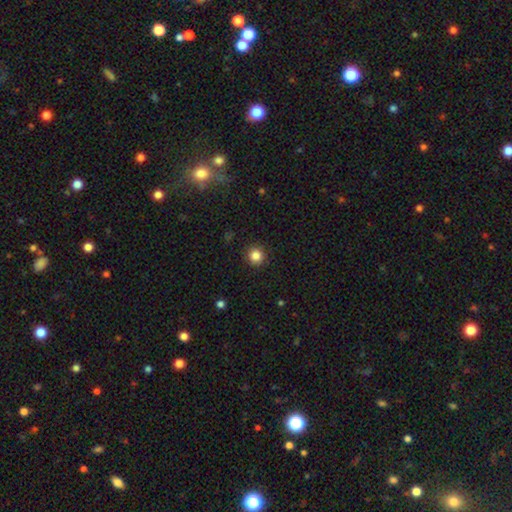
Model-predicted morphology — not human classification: Smooth or featured? Predicted: smooth (p=0.84). How rounded? Predicted: round (p=0.94). Merging? Predicted: none (p=0.91).